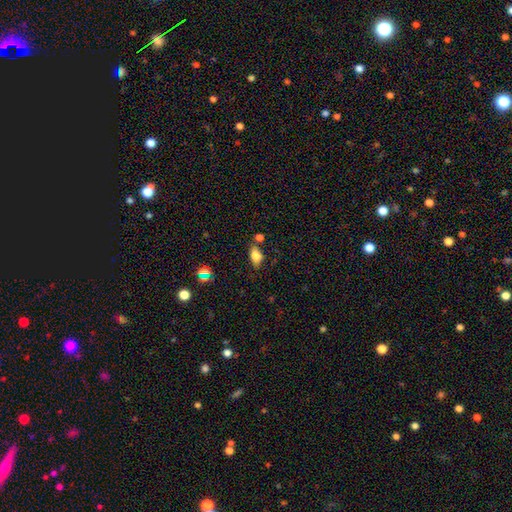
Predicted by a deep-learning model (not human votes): A smooth galaxy with no disk features (79%) that is in between round and cigar-shaped (88%). Merging: none (66%).